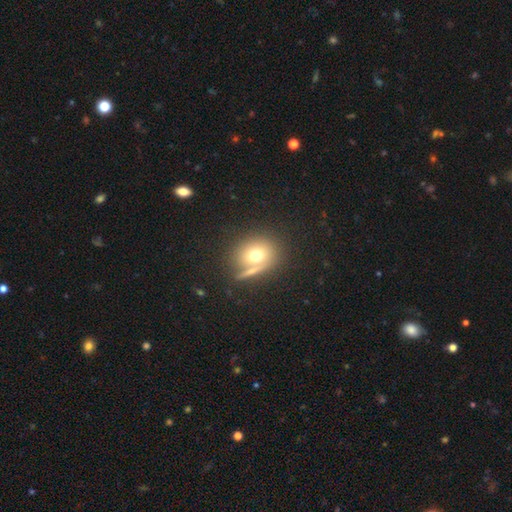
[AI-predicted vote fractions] smooth 68%, featured or disk 19%, star or artifact 12%. Down the decision tree: how rounded — round (69%); merging — none (62%).